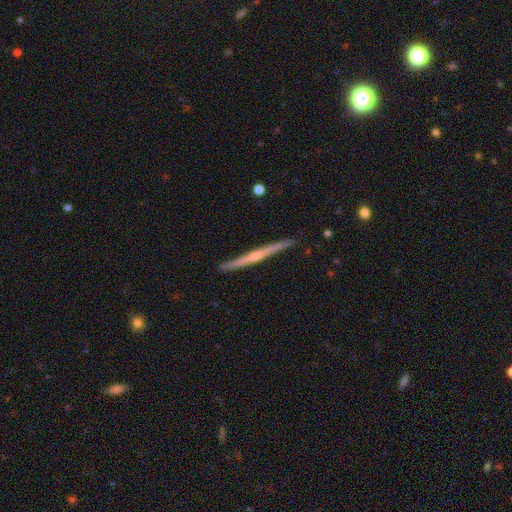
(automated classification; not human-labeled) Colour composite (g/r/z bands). It shows a featured or disk galaxy (73%) viewed edge-on (98%) with a rounded central bulge (55%). Merging: none (90%).